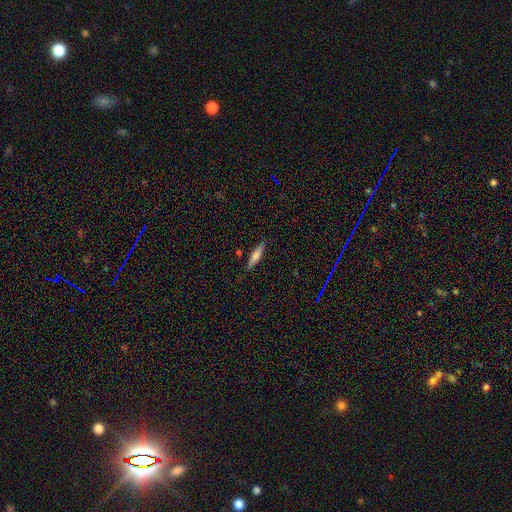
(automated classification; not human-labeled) Smooth or featured: smooth — 59% (featured or disk — 34%)
How rounded: cigar-shaped — 79% (in between — 19%)
Merging: none — 85% (minor disturbance — 10%)